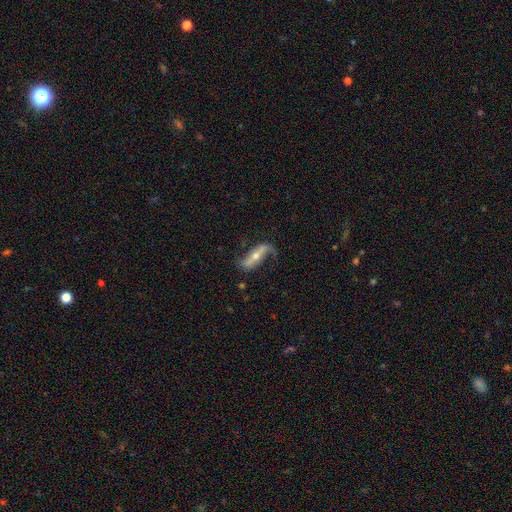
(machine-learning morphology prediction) Q: Smooth or featured?
A: featured or disk (80%); runner-up: smooth (14%)
Q: Edge-on disk?
A: no (84%); runner-up: yes (16%)
Q: Bar?
A: strong (44%); runner-up: no (34%)
Q: Spiral arms?
A: yes (92%); runner-up: no (8%)
Q: Spiral winding?
A: loose (75%); runner-up: medium (17%)
Q: Spiral arm count?
A: 2 (85%); runner-up: 1 (10%)
Q: Bulge size?
A: moderate (52%); runner-up: small (43%)
Q: Merging?
A: none (67%); runner-up: minor disturbance (19%)